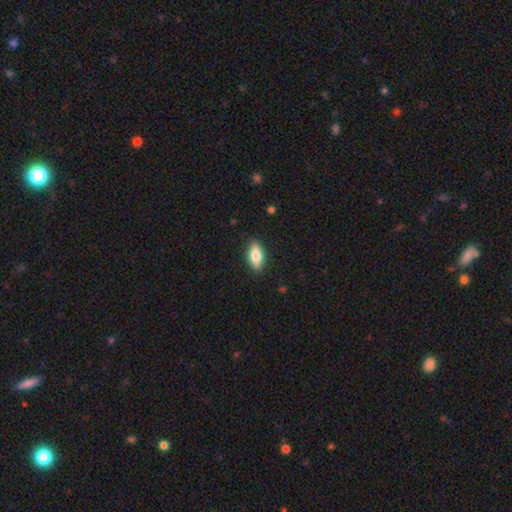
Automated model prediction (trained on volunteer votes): The model was most divided on "smooth or featured": smooth: 77%, featured or disk: 17%, star or artifact: 7%. More confident: merging — none (88%); how rounded — in between (83%).